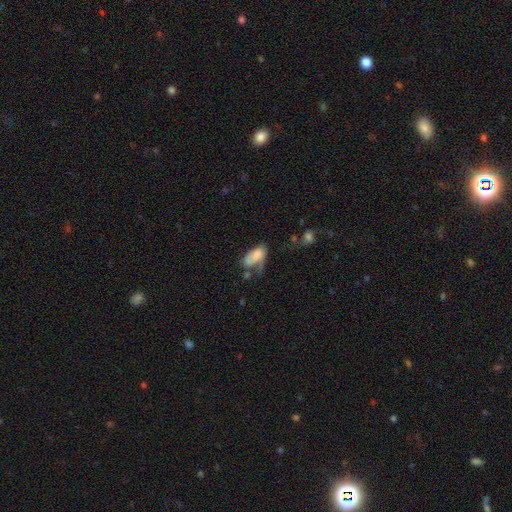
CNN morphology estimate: smooth_or_featured: smooth (p=0.64) [alt: featured or disk p=0.27]
how_rounded: in between (p=0.92) [alt: cigar-shaped p=0.04]
merging: major disturbance (p=0.38) [alt: none p=0.24]